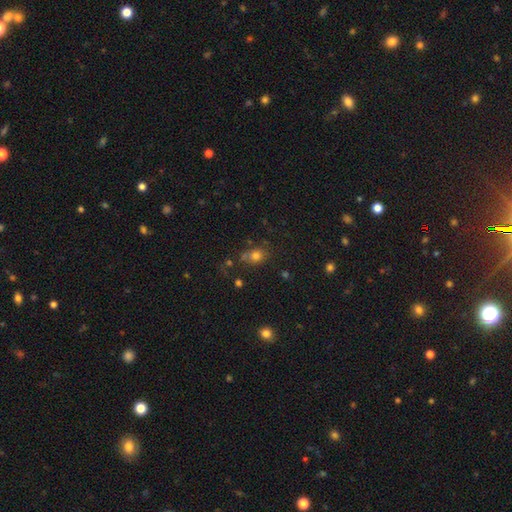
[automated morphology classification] Smooth or featured? smooth (74%)
How rounded? round (58%)
Merging? none (58%)